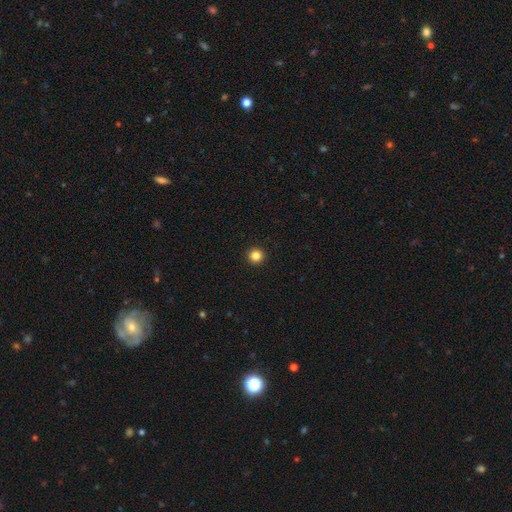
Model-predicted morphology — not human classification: Smooth or featured: smooth — 84% (star or artifact — 12%)
How rounded: round — 96% (in between — 3%)
Merging: none — 94% (minor disturbance — 4%)